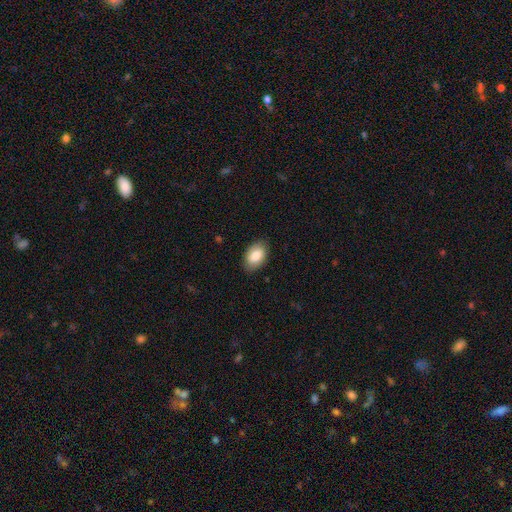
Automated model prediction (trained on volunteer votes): Smooth or featured: smooth — 81% (featured or disk — 12%)
How rounded: in between — 90% (round — 9%)
Merging: none — 85% (minor disturbance — 11%)